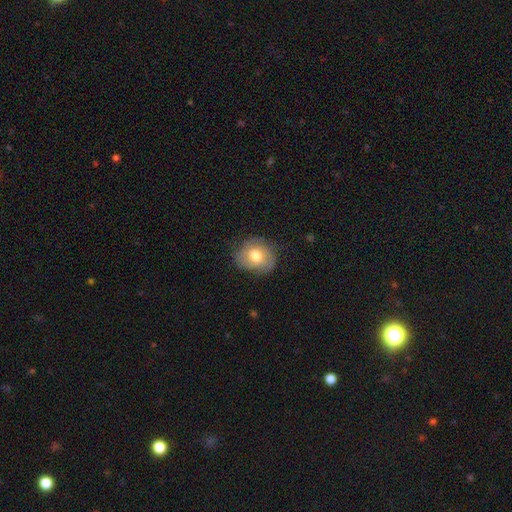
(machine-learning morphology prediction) Smooth or featured?
  - smooth: 63% *
  - featured or disk: 29%
  - star or artifact: 8%
How rounded?
  - round: 56% *
  - in between: 43%
  - cigar-shaped: 1%
Merging?
  - none: 67% *
  - minor disturbance: 24%
  - major disturbance: 8%
  - merger: 1%